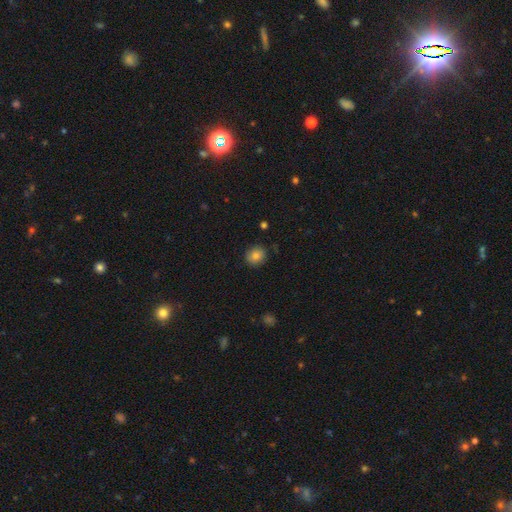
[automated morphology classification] Smooth or featured: smooth — 79% (featured or disk — 11%)
How rounded: round — 84% (in between — 15%)
Merging: none — 85% (minor disturbance — 11%)